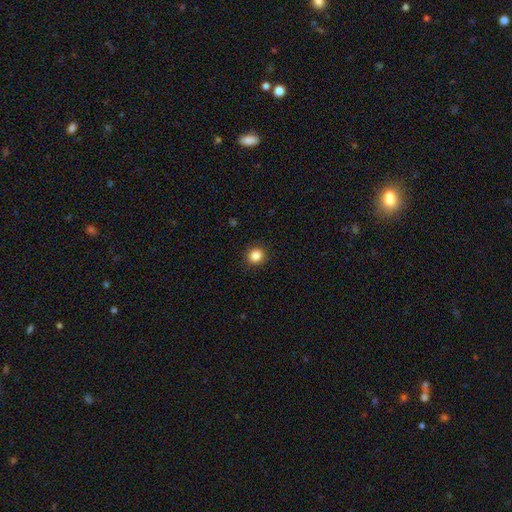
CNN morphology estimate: Smooth or featured? smooth (86%)
How rounded? round (91%)
Merging? none (92%)